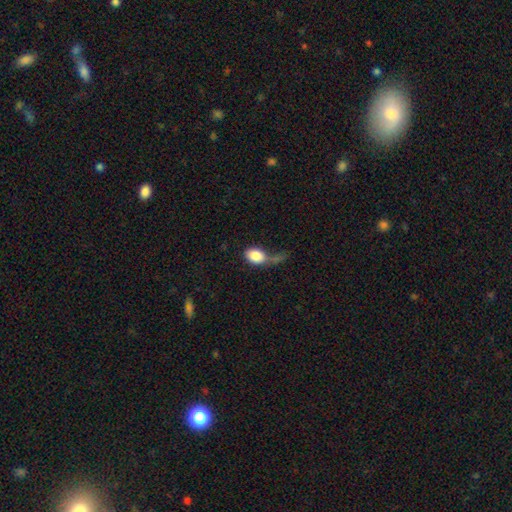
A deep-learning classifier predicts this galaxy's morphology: type=smooth (83%); roundness=in between (74%); merging=major disturbance (38%).